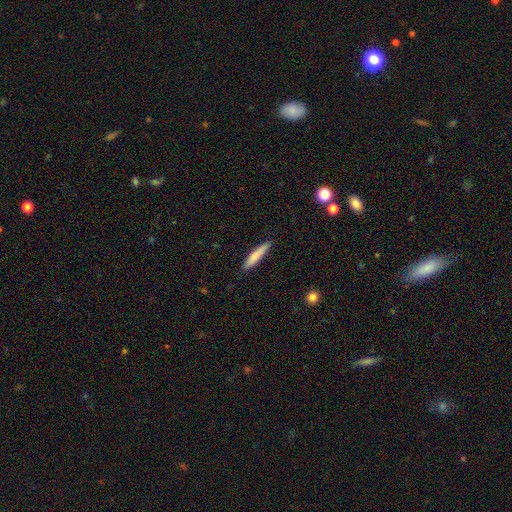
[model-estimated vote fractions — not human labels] Q: Smooth or featured?
A: smooth (77%); runner-up: featured or disk (17%)
Q: How rounded?
A: cigar-shaped (88%); runner-up: in between (11%)
Q: Merging?
A: none (84%); runner-up: minor disturbance (13%)